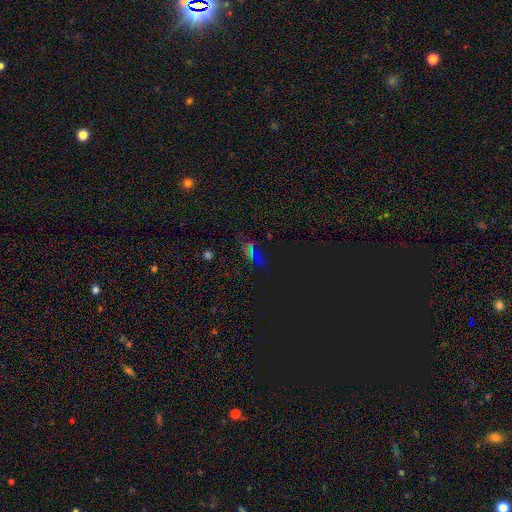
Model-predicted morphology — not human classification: type=star or artifact (60%).